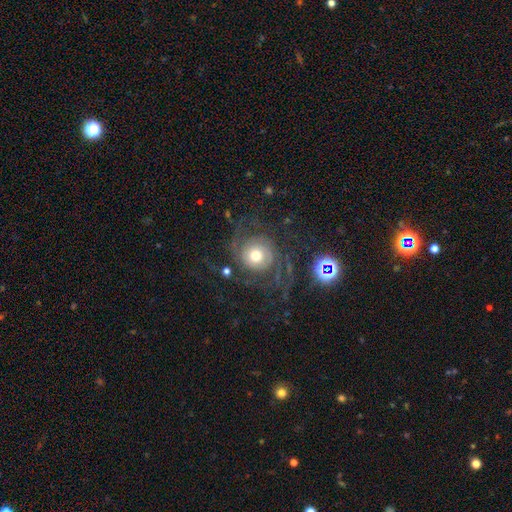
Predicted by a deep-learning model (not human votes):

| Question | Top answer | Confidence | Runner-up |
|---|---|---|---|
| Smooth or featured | featured or disk | 78% | smooth (13%) |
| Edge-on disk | no | 98% | yes (2%) |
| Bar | no | 79% | weak (16%) |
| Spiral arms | yes | 93% | no (7%) |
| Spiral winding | tight | 45% | medium (37%) |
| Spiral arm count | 2 | 40% | can't tell (21%) |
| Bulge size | moderate | 65% | large (17%) |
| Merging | none | 63% | major disturbance (20%) |